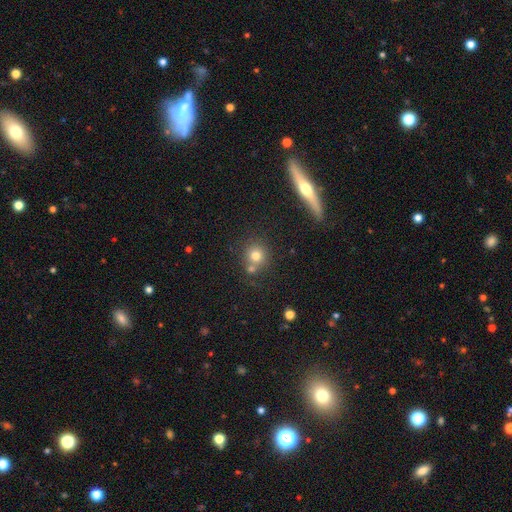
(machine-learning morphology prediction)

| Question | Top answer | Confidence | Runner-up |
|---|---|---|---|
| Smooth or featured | smooth | 74% | star or artifact (15%) |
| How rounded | round | 89% | in between (10%) |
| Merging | none | 63% | merger (24%) |